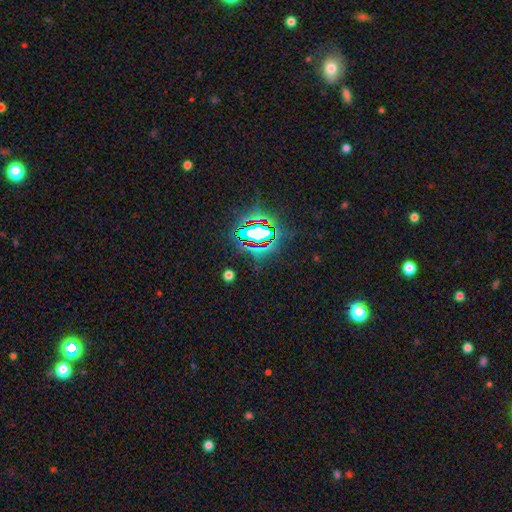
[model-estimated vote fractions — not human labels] This appears to be a star or artifact, not a galaxy (82%).